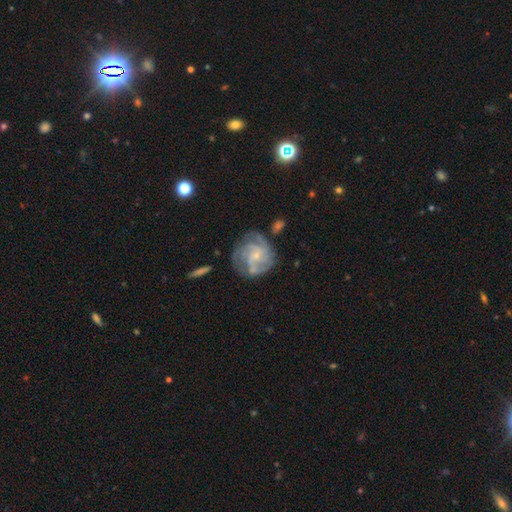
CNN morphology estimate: A featured or disk galaxy (80%) with no bar (66%), 3 (30%) tight (48%) spiral arms (93%) and a small central bulge (76%). Merging: none (62%).